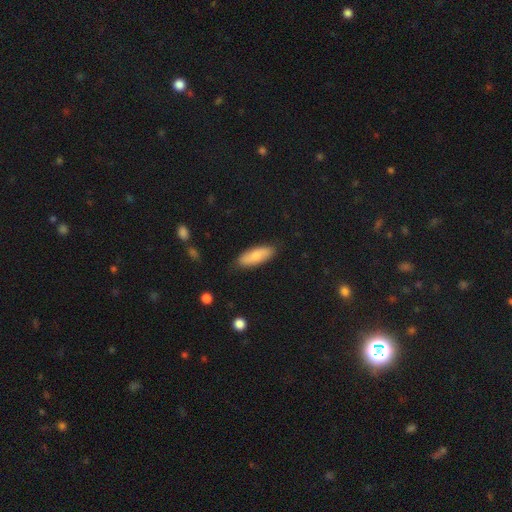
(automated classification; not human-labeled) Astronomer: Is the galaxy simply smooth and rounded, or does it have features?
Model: smooth — 74%.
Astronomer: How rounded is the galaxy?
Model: in between — 72%.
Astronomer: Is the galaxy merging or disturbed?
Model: none — 84%.